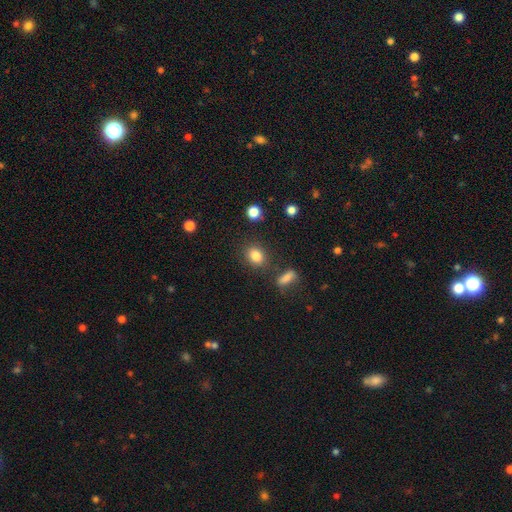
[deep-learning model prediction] Smooth or featured: smooth — 83% (star or artifact — 11%)
How rounded: round — 52% (in between — 47%)
Merging: none — 82% (minor disturbance — 10%)